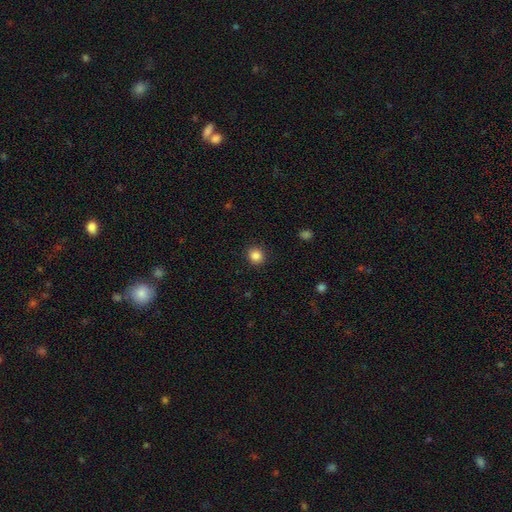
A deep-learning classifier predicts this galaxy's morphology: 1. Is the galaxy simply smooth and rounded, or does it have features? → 85% smooth, 11% star or artifact, 4% featured or disk.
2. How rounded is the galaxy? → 89% round, 11% in between, 1% cigar-shaped.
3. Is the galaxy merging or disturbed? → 91% none, 6% minor disturbance, 2% major disturbance, 1% merger.